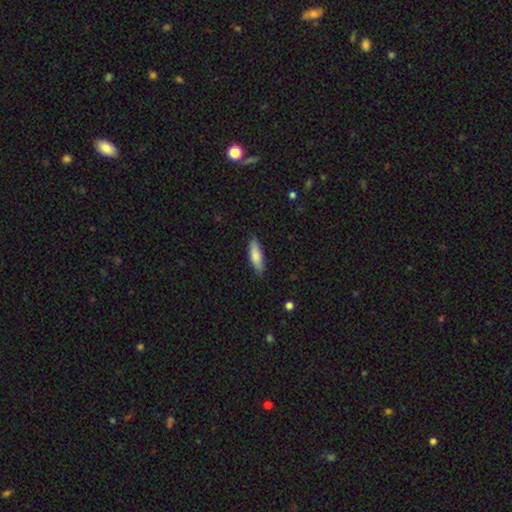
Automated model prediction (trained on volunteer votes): Overall: smooth (82%). How rounded: in between (53%; cigar-shaped 45%). Merging: none (82%).